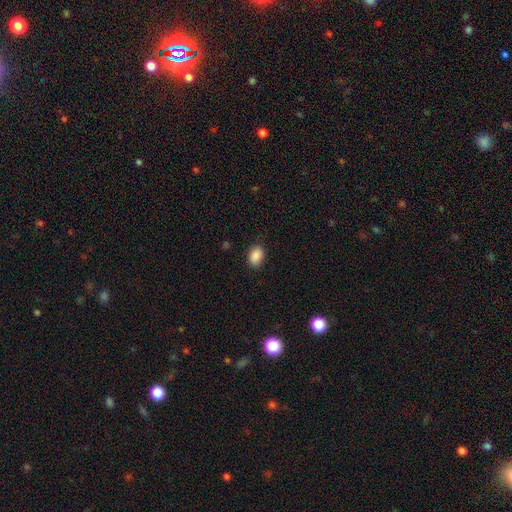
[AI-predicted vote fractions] Q: Smooth or featured?
A: smooth (89%); runner-up: star or artifact (8%)
Q: How rounded?
A: in between (81%); runner-up: round (18%)
Q: Merging?
A: none (84%); runner-up: minor disturbance (12%)